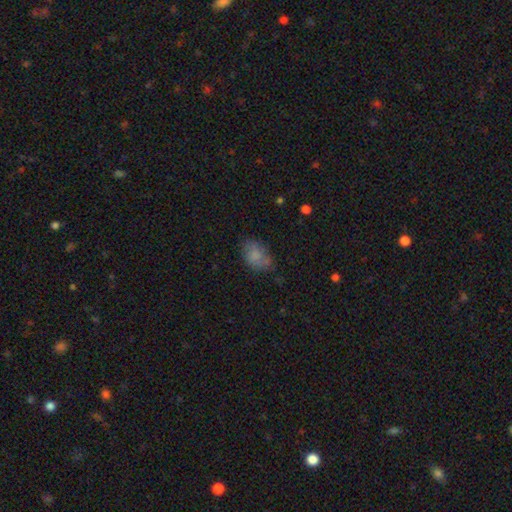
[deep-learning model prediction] A smooth galaxy with no disk features (75%) that is in between round and cigar-shaped (81%). Merging: none (58%).